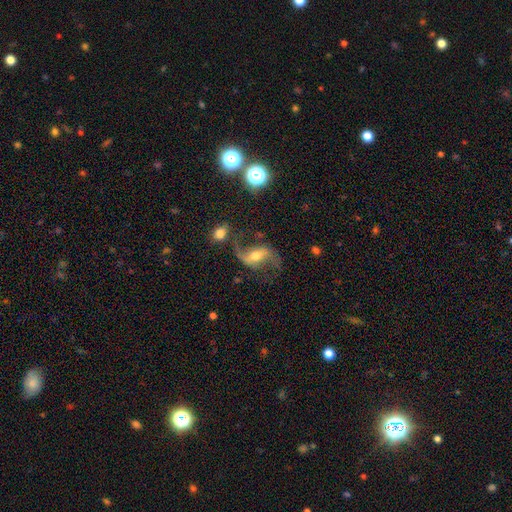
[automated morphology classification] smooth-or-featured: featured or disk: 85% | smooth: 8% | star or artifact: 7%
  disk-edge-on: no: 96% | yes: 4%
    bar: strong: 39% (tied) | weak: 39% (tied) | no: 23%
    has-spiral-arms: yes: 95% | no: 5%
      spiral-winding: loose: 77% | medium: 19% | tight: 4%
      spiral-arm-count: 2: 93% | 1: 2% | can't tell: 2% | 3: 1% | 4: 1% | more than 4: 1%
    bulge-size: moderate: 62% | small: 27% | large: 8% | none: 2% | dominant: 1%
  merging: none: 70% | minor disturbance: 15% | major disturbance: 11% | merger: 5%